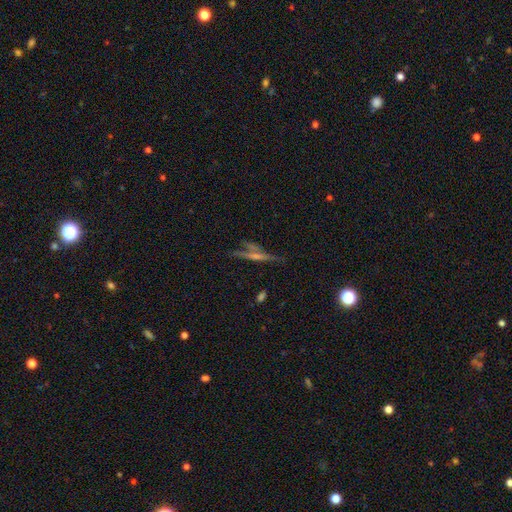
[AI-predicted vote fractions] This appears to be a featured or disk galaxy (52%) viewed edge-on (84%). Merging: none (56%).